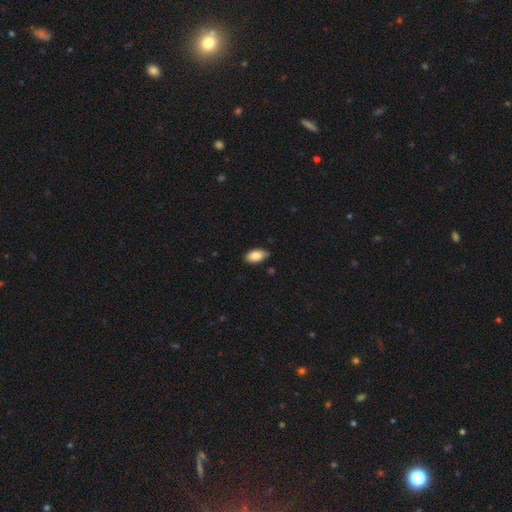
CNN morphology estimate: Q: Smooth or featured?
A: smooth (86%); runner-up: featured or disk (7%)
Q: How rounded?
A: in between (94%); runner-up: round (3%)
Q: Merging?
A: none (79%); runner-up: minor disturbance (17%)